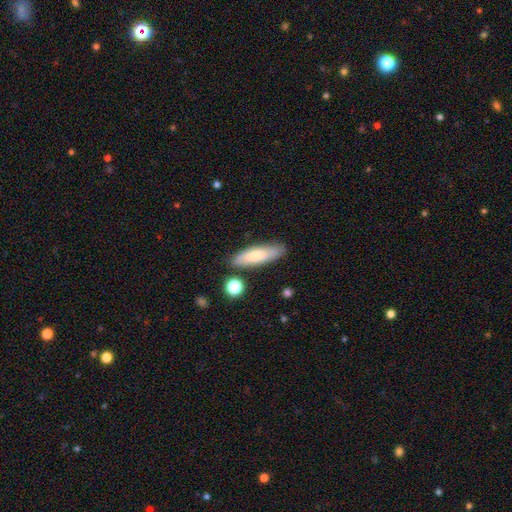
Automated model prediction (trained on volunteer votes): Smooth or featured?
  - smooth: 74% *
  - featured or disk: 19%
  - star or artifact: 7%
How rounded?
  - cigar-shaped: 57% *
  - in between: 42%
  - round: 2%
Merging?
  - none: 81% *
  - minor disturbance: 13%
  - merger: 4%
  - major disturbance: 3%